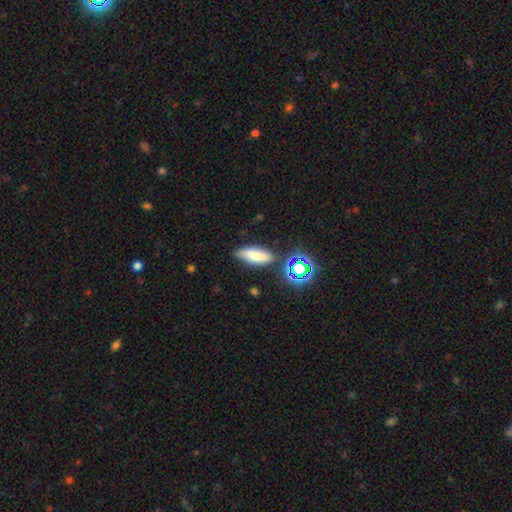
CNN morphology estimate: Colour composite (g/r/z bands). It shows a smooth galaxy with no disk features (72%) that is in between round and cigar-shaped (63%). Merging: none (70%).